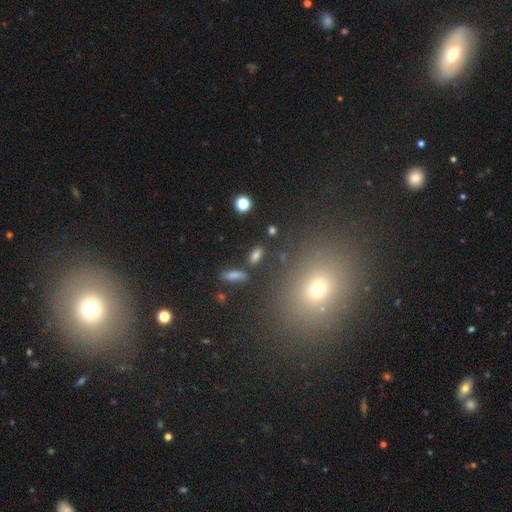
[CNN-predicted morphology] Smooth or featured: smooth — 52% (star or artifact — 35%)
How rounded: in between — 52% (round — 44%)
Merging: none — 81% (minor disturbance — 9%)